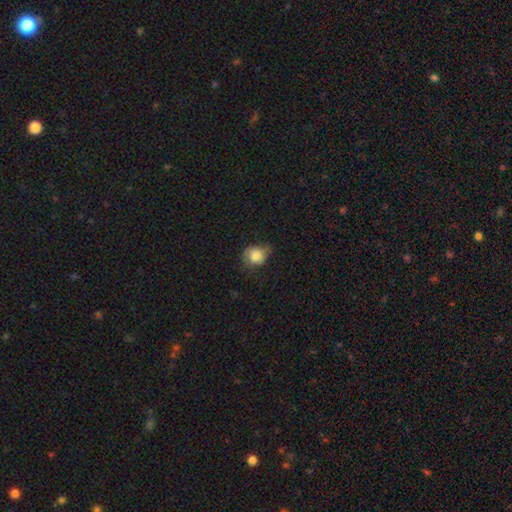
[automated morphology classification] Smooth or featured?
  - smooth: 77% *
  - featured or disk: 15%
  - star or artifact: 9%
How rounded?
  - round: 61% *
  - in between: 38%
  - cigar-shaped: 1%
Merging?
  - none: 47% *
  - minor disturbance: 36%
  - major disturbance: 15%
  - merger: 2%